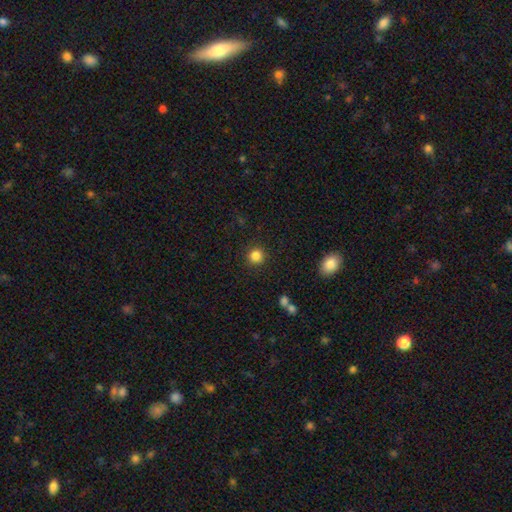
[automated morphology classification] smooth-or-featured: smooth: 84% | star or artifact: 11% | featured or disk: 4%
  how-rounded: round: 94% | in between: 5% | cigar-shaped: 1%
  merging: none: 90% | minor disturbance: 6% | major disturbance: 2% | merger: 2%